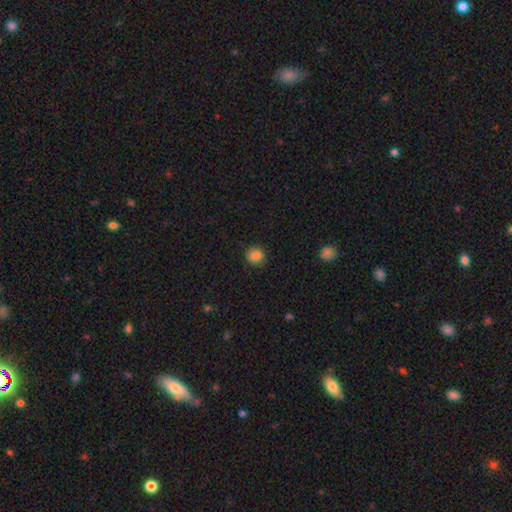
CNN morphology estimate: Smooth or featured? smooth (85%)
How rounded? round (85%)
Merging? none (87%)